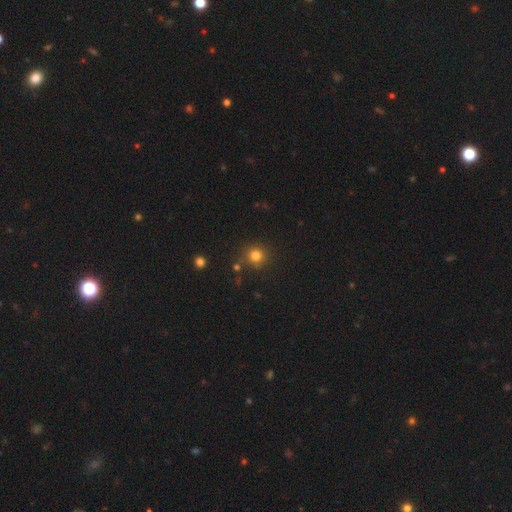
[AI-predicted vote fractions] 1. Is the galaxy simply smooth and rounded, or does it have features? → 80% smooth, 15% star or artifact, 6% featured or disk.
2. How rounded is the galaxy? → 93% round, 6% in between, 1% cigar-shaped.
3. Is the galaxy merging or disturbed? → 84% none, 8% minor disturbance, 5% merger, 3% major disturbance.